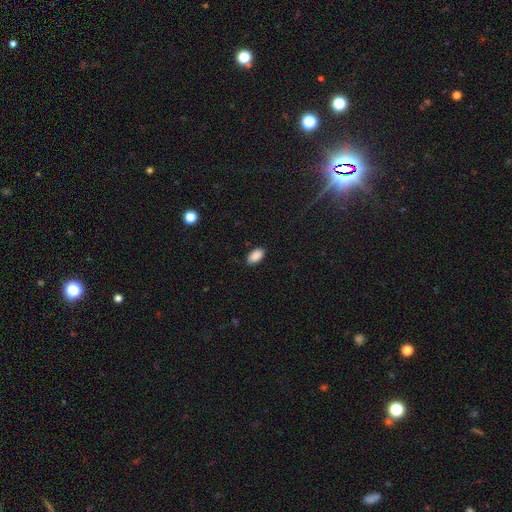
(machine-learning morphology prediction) Overall: smooth (89%). How rounded: in between (94%). Merging: none (87%).